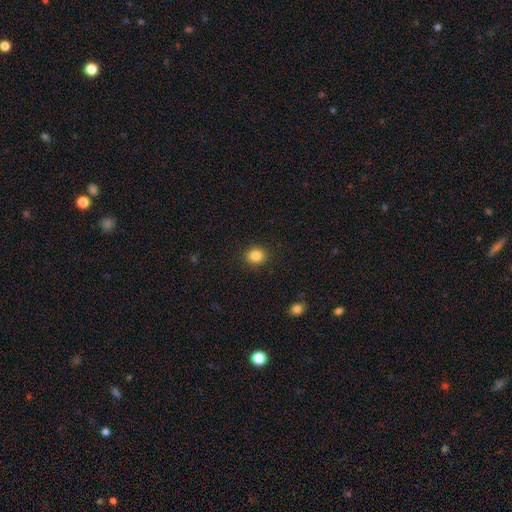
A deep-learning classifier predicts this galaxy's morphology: Smooth or featured? Predicted: smooth (p=0.85). How rounded? Predicted: round (p=0.85). Merging? Predicted: none (p=0.91).